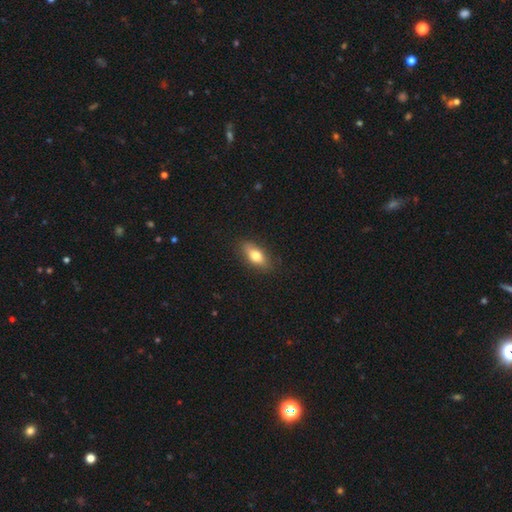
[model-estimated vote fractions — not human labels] This appears to be a smooth galaxy with no disk features (73%) that is in between round and cigar-shaped (78%). Merging: none (84%).